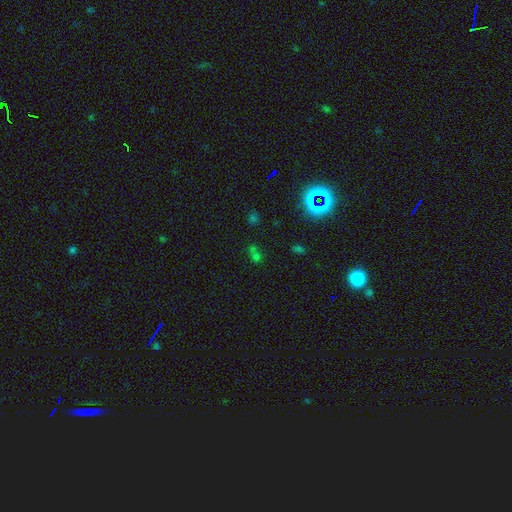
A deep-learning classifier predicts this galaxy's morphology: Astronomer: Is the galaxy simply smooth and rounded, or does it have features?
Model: star or artifact — 50% (runner-up: smooth, 39%).